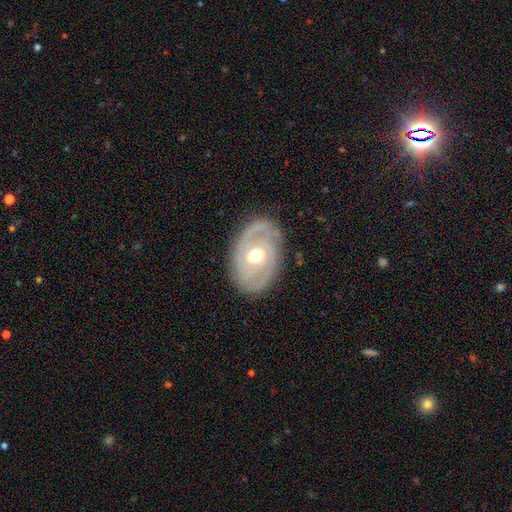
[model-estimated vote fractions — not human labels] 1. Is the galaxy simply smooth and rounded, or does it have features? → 78% featured or disk, 17% smooth, 5% star or artifact.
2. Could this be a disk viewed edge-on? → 95% no, 5% yes.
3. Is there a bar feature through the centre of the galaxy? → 57% no, 33% weak, 10% strong.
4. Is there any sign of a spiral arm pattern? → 77% yes, 23% no.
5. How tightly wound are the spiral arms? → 52% tight, 34% medium, 15% loose.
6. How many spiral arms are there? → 64% 2, 21% can't tell, 6% 3, 5% 1, 2% 4, 2% more than 4.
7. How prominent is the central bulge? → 76% moderate, 14% small, 7% large, 1% dominant, 1% none.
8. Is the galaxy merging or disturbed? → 81% none, 13% minor disturbance, 5% major disturbance, 1% merger.